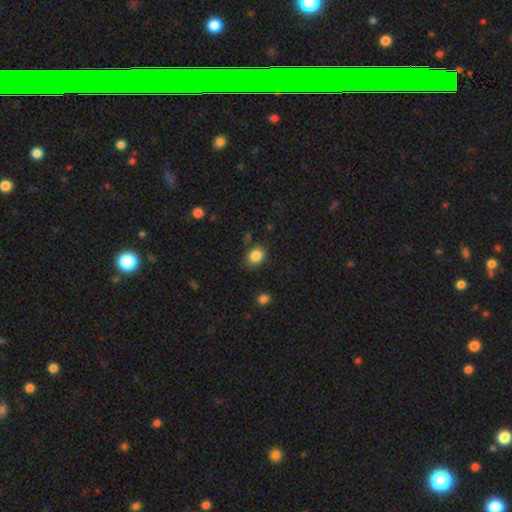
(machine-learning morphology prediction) Q: Smooth or featured?
A: smooth (86%); runner-up: star or artifact (9%)
Q: How rounded?
A: round (51%); runner-up: in between (48%)
Q: Merging?
A: none (81%); runner-up: minor disturbance (13%)